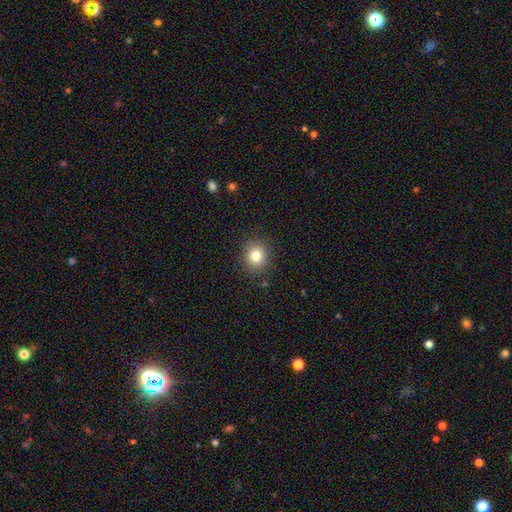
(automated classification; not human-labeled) This appears to be a smooth galaxy with no disk features (80%) that is round (85%). Merging: none (88%).